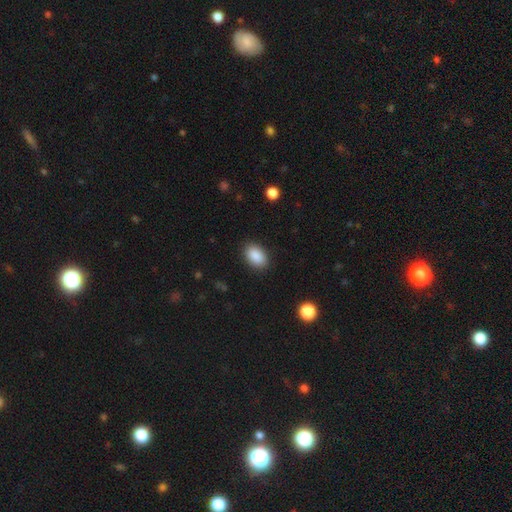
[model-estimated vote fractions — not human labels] smooth 89%, star or artifact 7%, featured or disk 4%. Down the decision tree: how rounded — in between (89%); merging — none (88%).